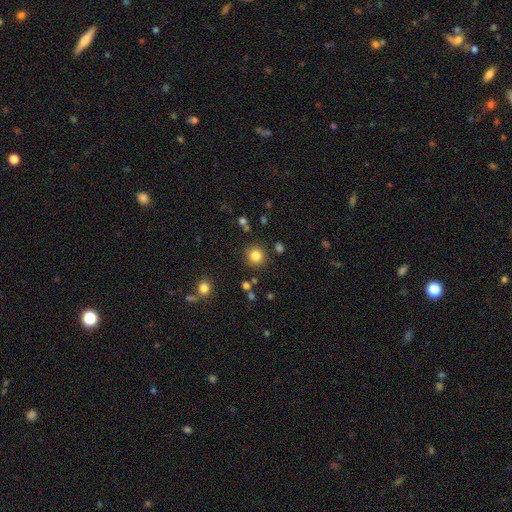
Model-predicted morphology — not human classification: Smooth or featured? smooth (82%)
How rounded? round (92%)
Merging? none (87%)